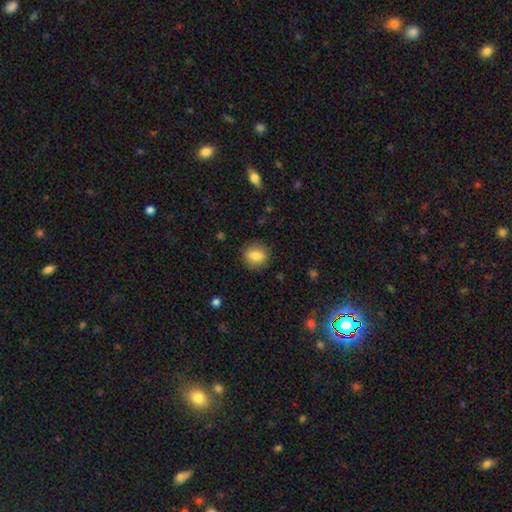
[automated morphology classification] smooth_or_featured: smooth (p=0.83) [alt: star or artifact p=0.08]
how_rounded: round (p=0.71) [alt: in between p=0.27]
merging: none (p=0.87) [alt: minor disturbance p=0.09]